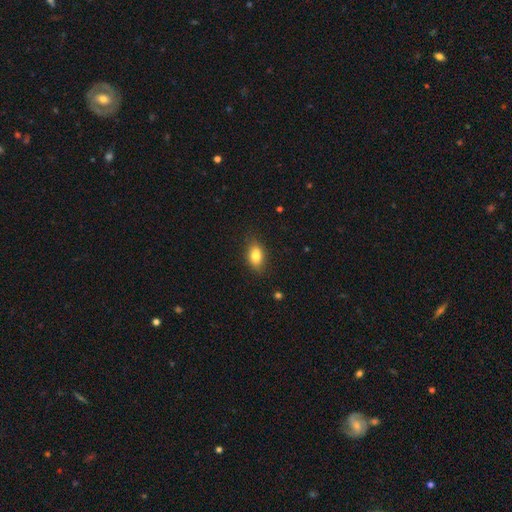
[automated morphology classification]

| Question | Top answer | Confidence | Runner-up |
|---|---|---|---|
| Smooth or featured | smooth | 80% | featured or disk (11%) |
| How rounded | in between | 84% | round (13%) |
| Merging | none | 79% | minor disturbance (16%) |